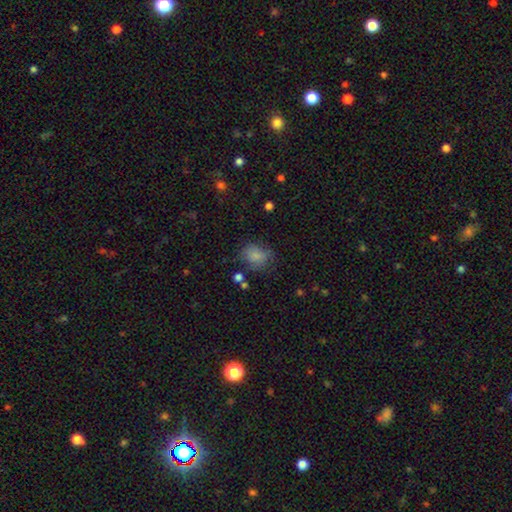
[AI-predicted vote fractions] This appears to be a smooth galaxy with no disk features (80%) that is round (53%). Merging: none (60%).